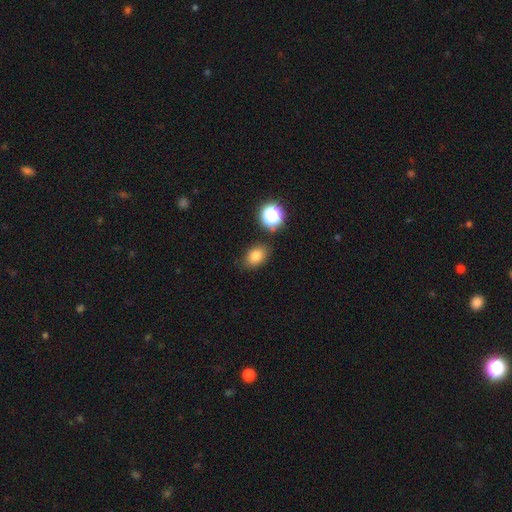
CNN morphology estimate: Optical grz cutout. It shows a smooth galaxy with no disk features (80%) that is in between round and cigar-shaped (73%). Merging: none (81%).